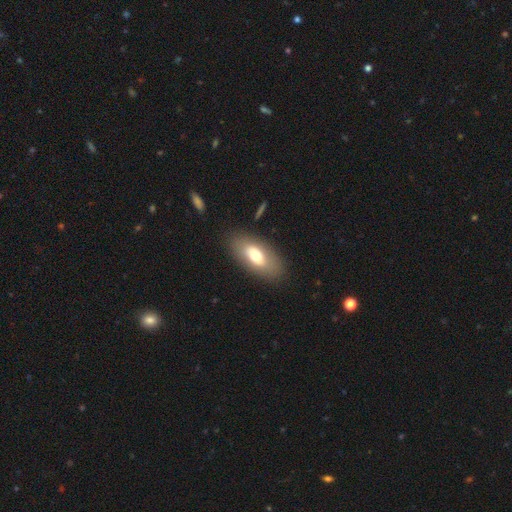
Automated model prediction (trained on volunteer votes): Morphology: type=smooth (64%); roundness=in between (89%); merging=none (83%).